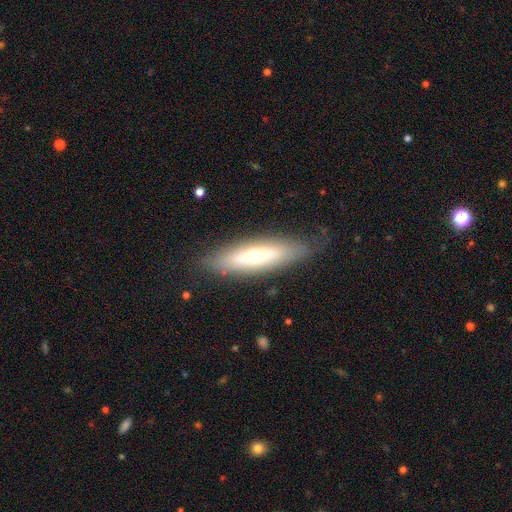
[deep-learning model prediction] smooth-or-featured: smooth: 49% | featured or disk: 43% | star or artifact: 7%
  merging: none: 79% | minor disturbance: 15% | major disturbance: 5% | merger: 1%